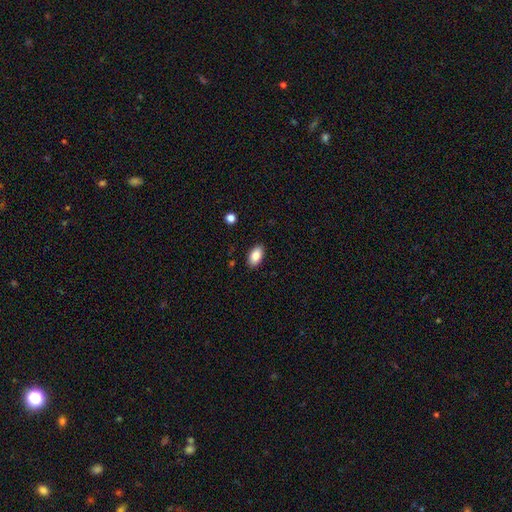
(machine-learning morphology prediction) Q: Smooth or featured?
A: smooth (87%); runner-up: star or artifact (7%)
Q: How rounded?
A: in between (94%); runner-up: round (4%)
Q: Merging?
A: none (88%); runner-up: minor disturbance (9%)